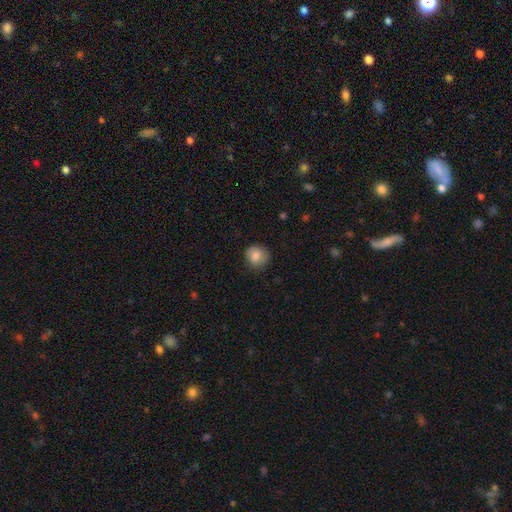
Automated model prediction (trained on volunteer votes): Q: Smooth or featured?
A: smooth (81%); runner-up: featured or disk (11%)
Q: How rounded?
A: round (85%); runner-up: in between (14%)
Q: Merging?
A: none (78%); runner-up: minor disturbance (17%)